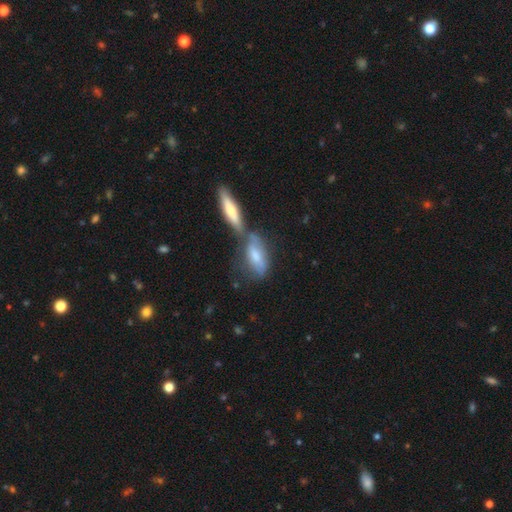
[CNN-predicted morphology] Smooth or featured? Predicted: smooth (p=0.61). How rounded? Predicted: in between (p=0.70). Merging? Predicted: merger (p=0.54).